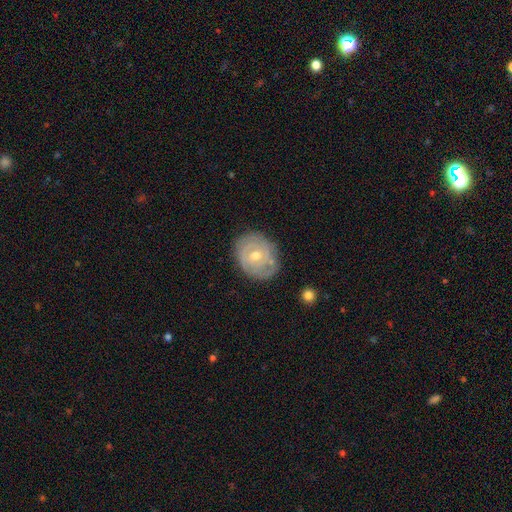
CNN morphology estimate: Overall: featured or disk (70%). Edge-on disk: no (96%). Bar: no (64%; weak 30%). Spiral arms: yes (76%). Spiral arm count: can't tell (44%; 2 31%). Spiral winding: tight (71%). Bulge size: moderate (58%; small 39%). Merging: none (75%).